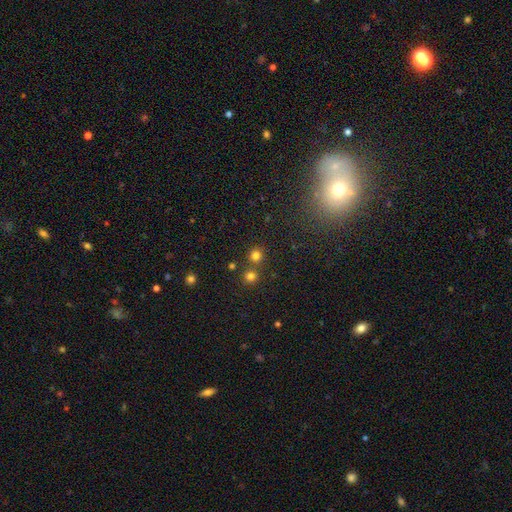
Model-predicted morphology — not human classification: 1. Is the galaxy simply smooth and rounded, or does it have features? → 75% smooth, 19% star or artifact, 6% featured or disk.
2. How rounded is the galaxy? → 91% round, 8% in between, 1% cigar-shaped.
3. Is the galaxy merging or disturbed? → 72% none, 20% merger, 6% minor disturbance, 2% major disturbance.